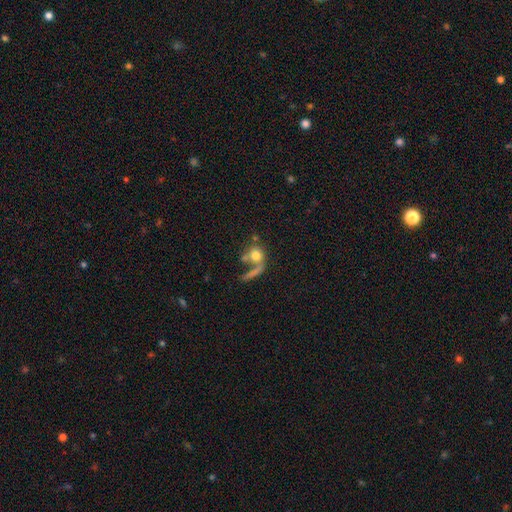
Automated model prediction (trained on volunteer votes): A smooth galaxy with no disk features (67%) that is round (71%).

Vote fractions:
- Smooth or featured? smooth: 67% / featured or disk: 23% / star or artifact: 11%
- How rounded? round: 71% / in between: 25% / cigar-shaped: 4%
- Merging? none: 35% / merger: 33% / major disturbance: 21% / minor disturbance: 11%